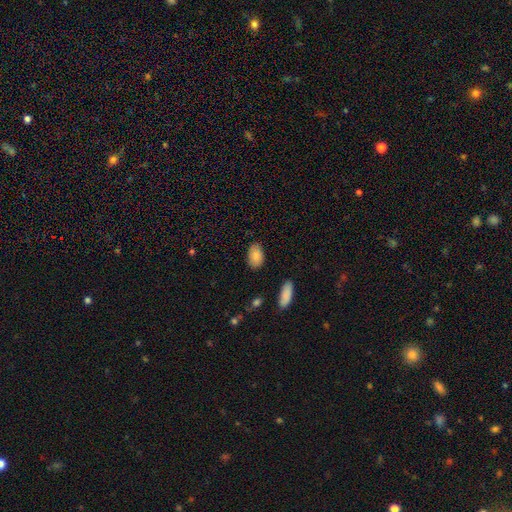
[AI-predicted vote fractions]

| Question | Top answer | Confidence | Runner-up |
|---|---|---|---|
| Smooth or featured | smooth | 87% | star or artifact (7%) |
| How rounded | in between | 91% | round (7%) |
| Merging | none | 86% | minor disturbance (11%) |